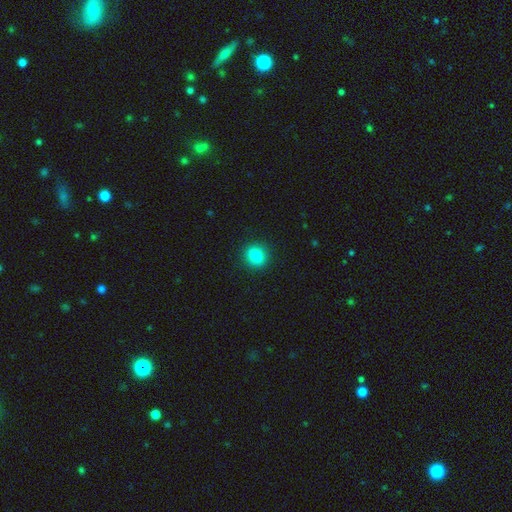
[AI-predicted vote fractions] This is clearly a smooth galaxy (85%). How rounded: likely round (77%). Merging: clearly none (91%).